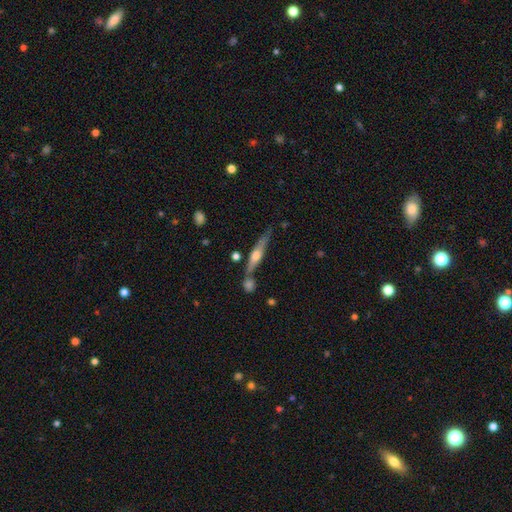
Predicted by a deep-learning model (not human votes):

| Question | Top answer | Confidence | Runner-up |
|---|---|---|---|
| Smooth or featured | featured or disk | 66% | smooth (28%) |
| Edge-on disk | yes | 95% | no (5%) |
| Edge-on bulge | rounded | 88% | boxy (7%) |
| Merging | none | 68% | minor disturbance (14%) |